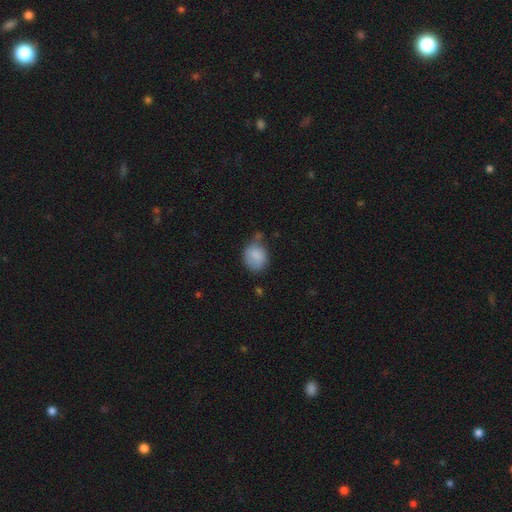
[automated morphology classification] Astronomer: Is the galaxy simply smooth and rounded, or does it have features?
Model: smooth — 83%.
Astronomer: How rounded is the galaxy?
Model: round — 54% (runner-up: in between, 45%).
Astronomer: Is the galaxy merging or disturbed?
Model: none — 50% (runner-up: minor disturbance, 32%).